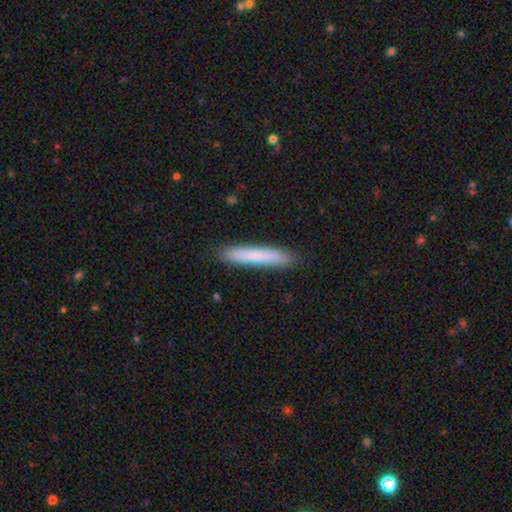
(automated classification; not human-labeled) Morphology: type=smooth (78%); roundness=cigar-shaped (94%); merging=none (90%).